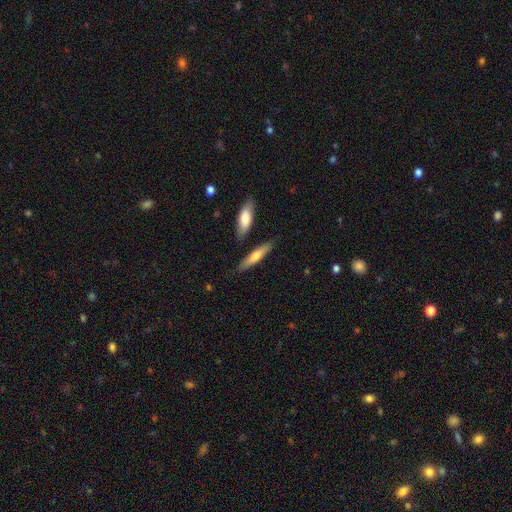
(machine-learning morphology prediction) smooth 62%, featured or disk 33%, star or artifact 6%. Down the decision tree: how rounded — cigar-shaped (81%); merging — none (81%).